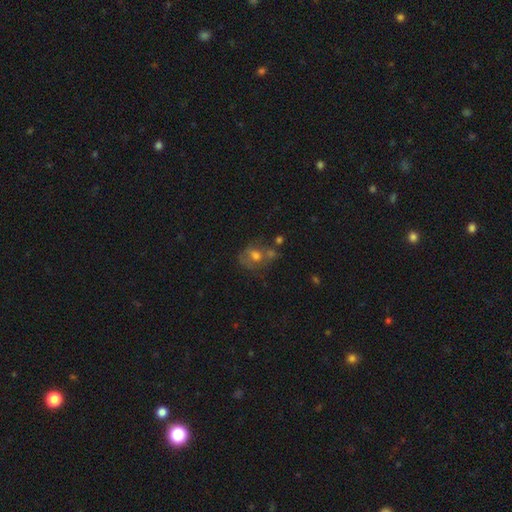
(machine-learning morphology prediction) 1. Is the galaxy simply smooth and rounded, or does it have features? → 54% smooth, 32% featured or disk, 14% star or artifact.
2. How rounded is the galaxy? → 50% round, 49% in between, 1% cigar-shaped.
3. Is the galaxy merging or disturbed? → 37% none, 26% merger, 21% minor disturbance, 17% major disturbance.